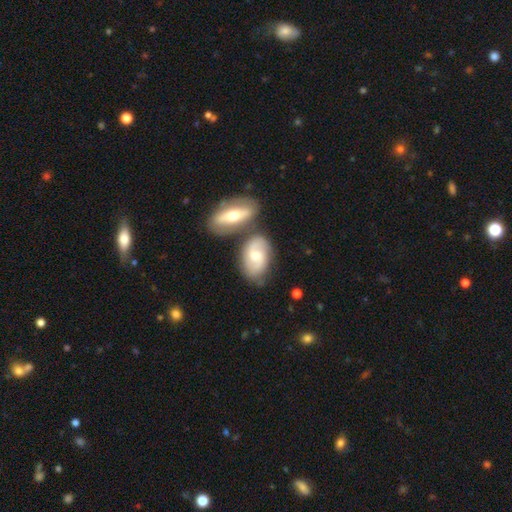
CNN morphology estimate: The model was most divided on "bar": no: 59%, weak: 34%, strong: 7%. More confident: edge-on disk — no (93%); spiral arms — yes (84%); smooth or featured — featured or disk (64%); bulge size — moderate (61%); merging — none (61%).